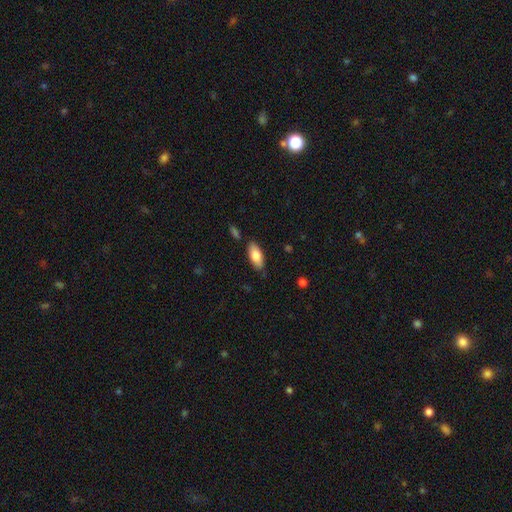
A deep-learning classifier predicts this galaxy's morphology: This appears to be a smooth galaxy with no disk features (79%) that is in between round and cigar-shaped (83%). Merging: none (83%).